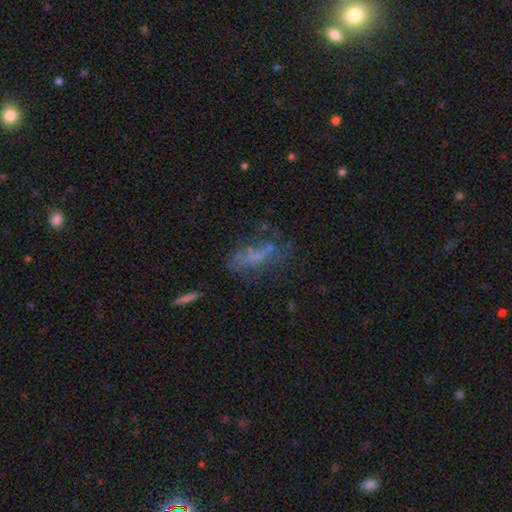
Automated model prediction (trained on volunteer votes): smooth 44%, featured or disk 37%, star or artifact 18%. Down the decision tree: merging — none (47%).